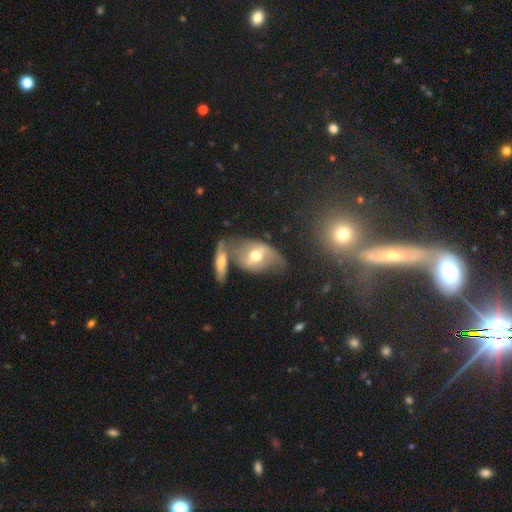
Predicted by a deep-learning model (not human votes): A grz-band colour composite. It shows a featured or disk galaxy (58%) with a weak bar (44%), spiral arms (66%) and a moderate central bulge (73%). Merging: none (34%).